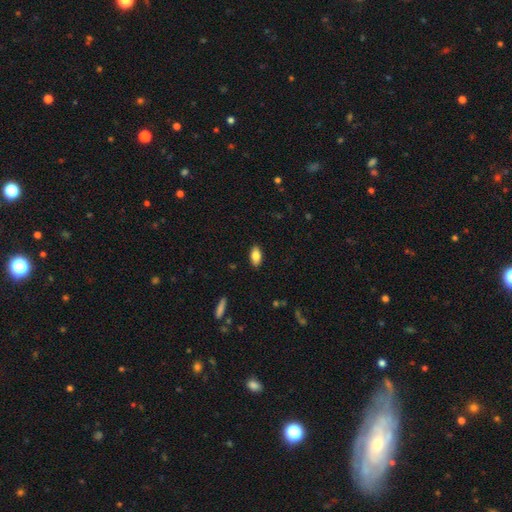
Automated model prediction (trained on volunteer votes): A smooth galaxy with no disk features (83%) that is in between round and cigar-shaped (90%). Merging: none (88%).